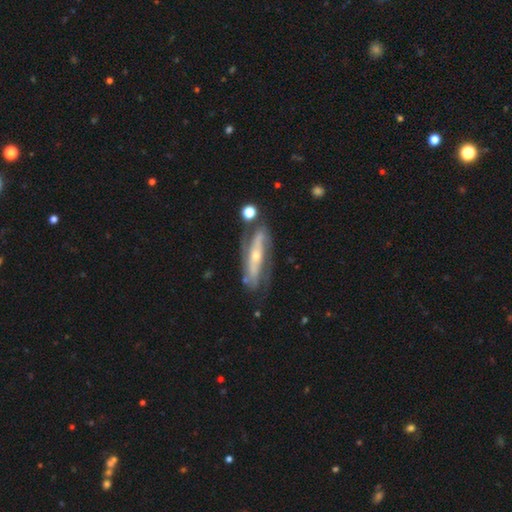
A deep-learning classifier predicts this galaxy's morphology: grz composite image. It shows a featured or disk galaxy (81%) with a strong bar (42%), 2 (71%) tight (42%) spiral arms (84%) and a small central bulge (58%). Merging: none (68%).